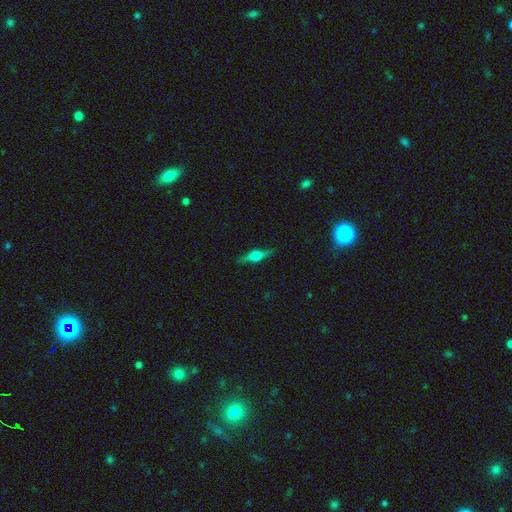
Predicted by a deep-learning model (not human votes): smooth_or_featured: featured or disk (p=0.67) [alt: smooth p=0.26]
disk_edge_on: yes (p=0.97) [alt: no p=0.03]
edge_on_bulge: rounded (p=0.93) [alt: boxy p=0.05]
merging: none (p=0.89) [alt: minor disturbance p=0.08]